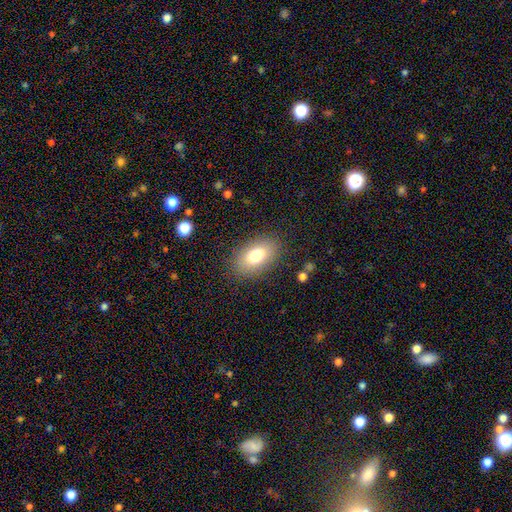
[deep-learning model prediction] A smooth galaxy with no disk features (77%) that is in between round and cigar-shaped (90%). Merging: none (85%).